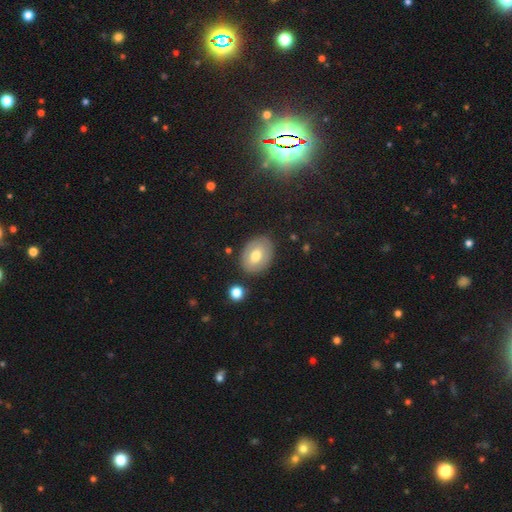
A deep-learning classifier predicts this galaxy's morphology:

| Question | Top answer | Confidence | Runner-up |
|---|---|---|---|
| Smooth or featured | smooth | 64% | featured or disk (28%) |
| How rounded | in between | 74% | round (25%) |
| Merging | none | 81% | minor disturbance (12%) |